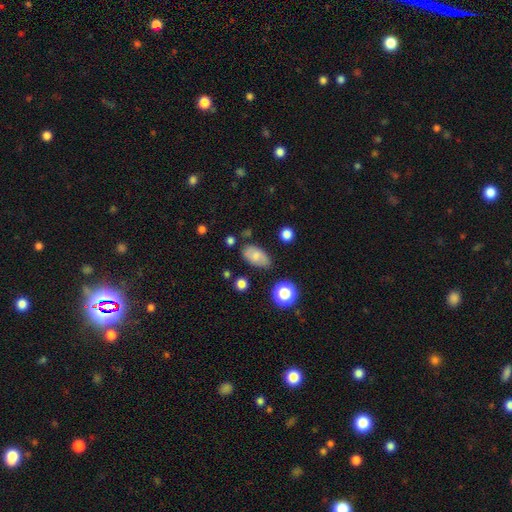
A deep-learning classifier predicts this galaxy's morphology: Overall: smooth (72%). How rounded: in between (90%). Merging: none (69%).